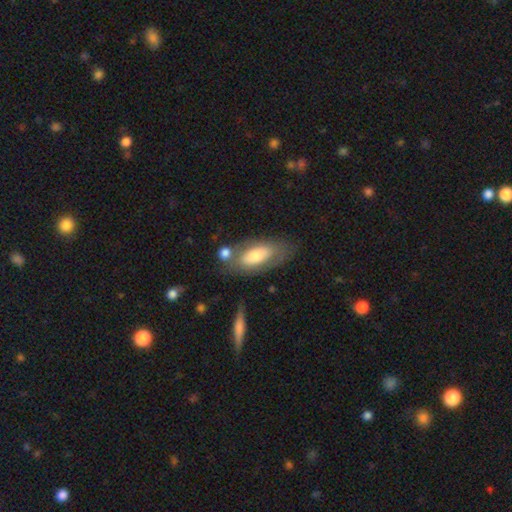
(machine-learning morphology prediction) Smooth or featured? smooth (60%)
How rounded? in between (84%)
Merging? none (57%)